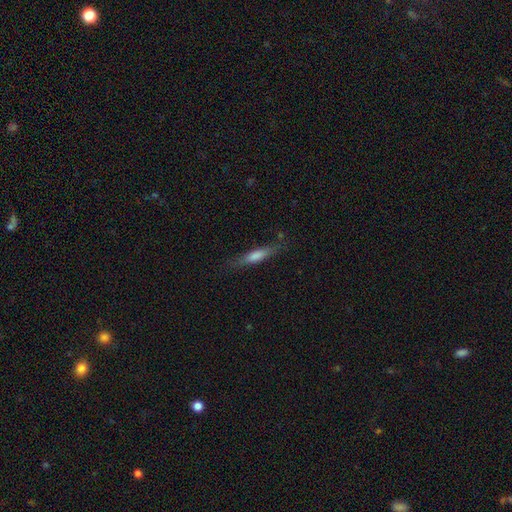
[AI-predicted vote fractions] This is possibly a smooth galaxy (47%). Merging: clearly none (82%).